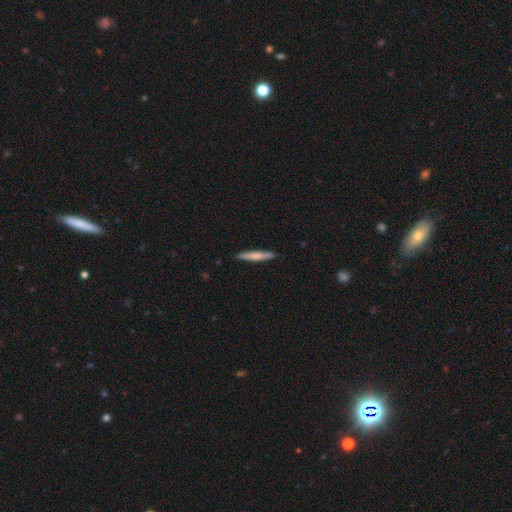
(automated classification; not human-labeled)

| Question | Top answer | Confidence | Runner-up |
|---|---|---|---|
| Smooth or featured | smooth | 66% | featured or disk (29%) |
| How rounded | cigar-shaped | 95% | in between (4%) |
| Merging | none | 91% | minor disturbance (7%) |